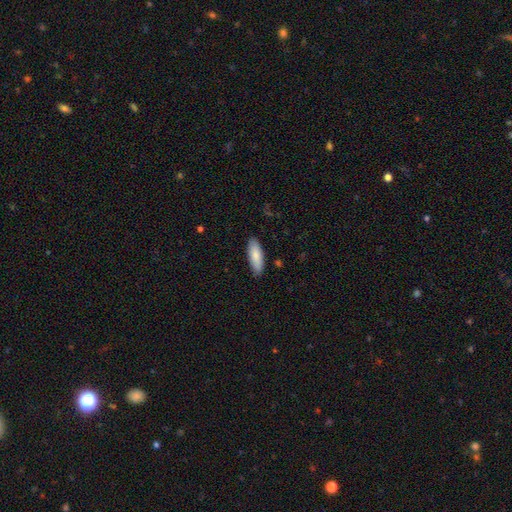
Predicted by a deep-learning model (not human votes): This is clearly a smooth galaxy (83%). How rounded: likely in between (63%). Merging: clearly none (87%).